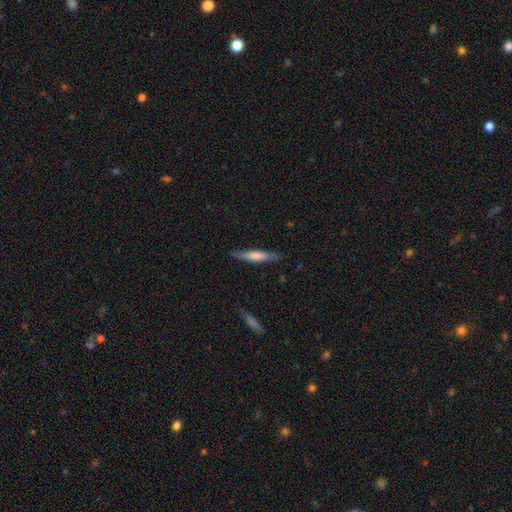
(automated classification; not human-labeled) Overall: smooth (60%; featured or disk 35%). How rounded: cigar-shaped (90%). Merging: none (86%).